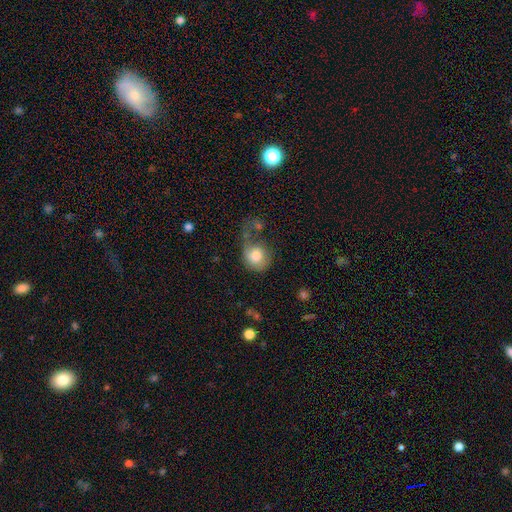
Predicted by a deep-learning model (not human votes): smooth-or-featured: smooth: 72% | featured or disk: 21% | star or artifact: 7%
  how-rounded: round: 75% | in between: 24% | cigar-shaped: 1%
  merging: major disturbance: 46% | none: 23% | minor disturbance: 19% | merger: 12%